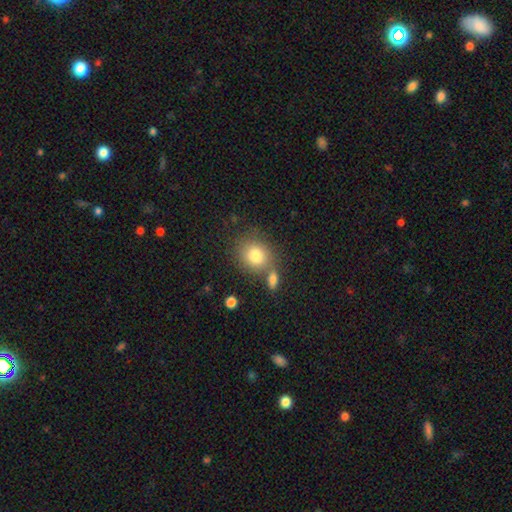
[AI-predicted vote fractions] smooth 81%, featured or disk 10%, star or artifact 9%. Down the decision tree: how rounded — round (72%); merging — none (62%).